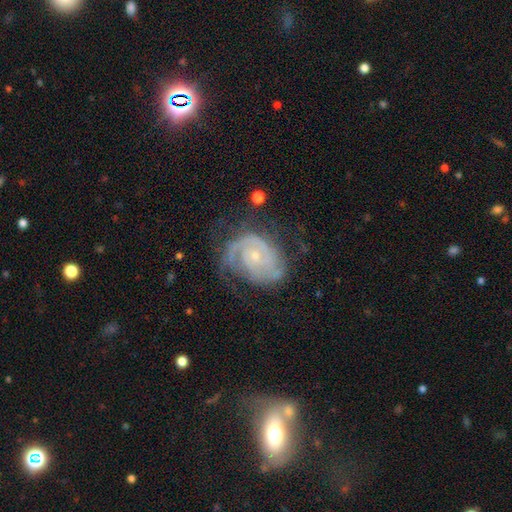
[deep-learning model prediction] Smooth or featured: featured or disk — 86% (smooth — 8%)
Edge-on disk: no — 97% (yes — 3%)
Bar: no — 75% (weak — 21%)
Spiral arms: yes — 96% (no — 4%)
Spiral winding: tight — 62% (medium — 30%)
Spiral arm count: 2 — 45% (can't tell — 23%)
Bulge size: small — 74% (moderate — 22%)
Merging: none — 59% (minor disturbance — 24%)